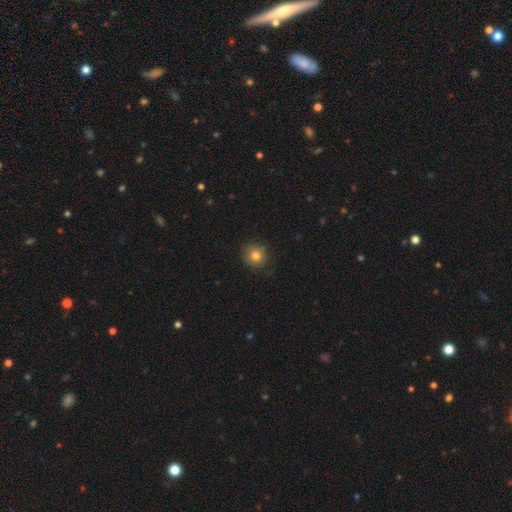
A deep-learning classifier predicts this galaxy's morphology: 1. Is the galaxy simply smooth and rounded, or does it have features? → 79% smooth, 13% star or artifact, 9% featured or disk.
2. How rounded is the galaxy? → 90% round, 9% in between, 1% cigar-shaped.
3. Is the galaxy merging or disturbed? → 84% none, 12% minor disturbance, 3% major disturbance, 1% merger.